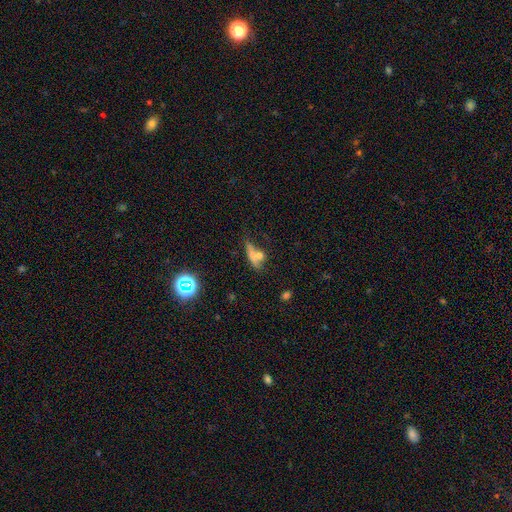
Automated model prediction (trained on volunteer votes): Smooth or featured?
  - smooth: 58% *
  - featured or disk: 26%
  - star or artifact: 16%
How rounded?
  - cigar-shaped: 50% *
  - in between: 36%
  - round: 14%
Merging?
  - none: 47% *
  - merger: 27%
  - minor disturbance: 16%
  - major disturbance: 10%